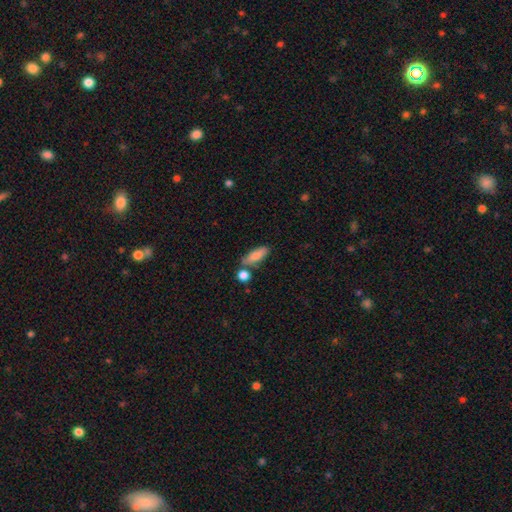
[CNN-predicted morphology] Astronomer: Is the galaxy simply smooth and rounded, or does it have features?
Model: smooth — 82%.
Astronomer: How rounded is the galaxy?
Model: in between — 58% (runner-up: cigar-shaped, 38%).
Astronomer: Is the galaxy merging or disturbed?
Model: none — 64%.